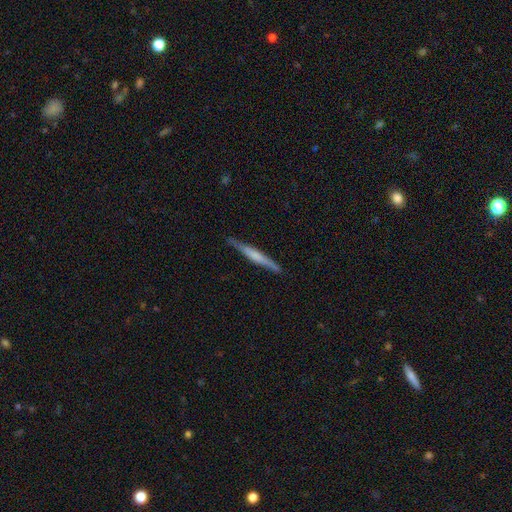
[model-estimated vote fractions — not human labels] Smooth or featured?
  - featured or disk: 55% *
  - smooth: 39%
  - star or artifact: 5%
Edge-on disk?
  - yes: 96% *
  - no: 4%
Edge-on bulge?
  - none: 38% *
  - rounded: 33%
  - boxy: 29%
Merging?
  - none: 87% *
  - minor disturbance: 10%
  - major disturbance: 2%
  - merger: 1%